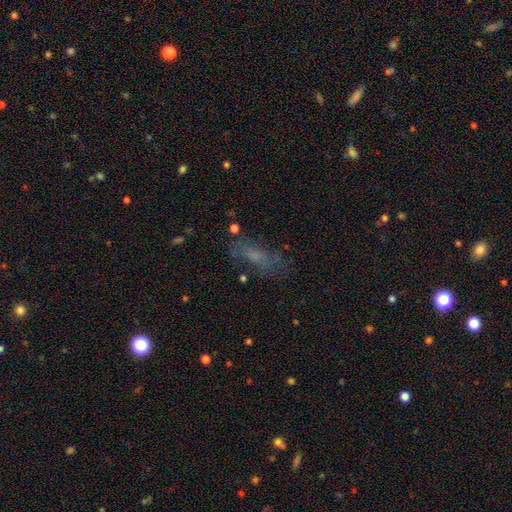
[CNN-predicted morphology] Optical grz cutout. It shows a smooth galaxy with no disk features (46%). Merging: none (61%).